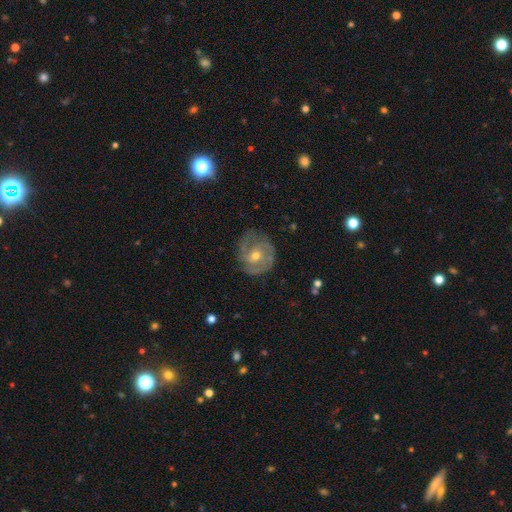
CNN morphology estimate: Smooth or featured? Predicted: featured or disk (p=0.80). Edge-on disk? Predicted: no (p=0.97). Bar? Predicted: no (p=0.57). Spiral arms? Predicted: yes (p=0.92). Spiral winding? Predicted: tight (p=0.48). Spiral arm count? Predicted: 2 (p=0.43). Bulge size? Predicted: moderate (p=0.55). Merging? Predicted: none (p=0.72).